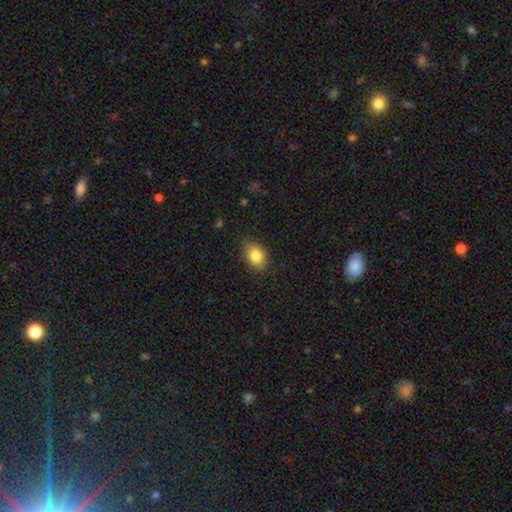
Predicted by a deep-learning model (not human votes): Smooth or featured?
  - smooth: 84% *
  - star or artifact: 8%
  - featured or disk: 8%
How rounded?
  - in between: 78% *
  - round: 20%
  - cigar-shaped: 1%
Merging?
  - none: 85% *
  - minor disturbance: 11%
  - major disturbance: 3%
  - merger: 1%